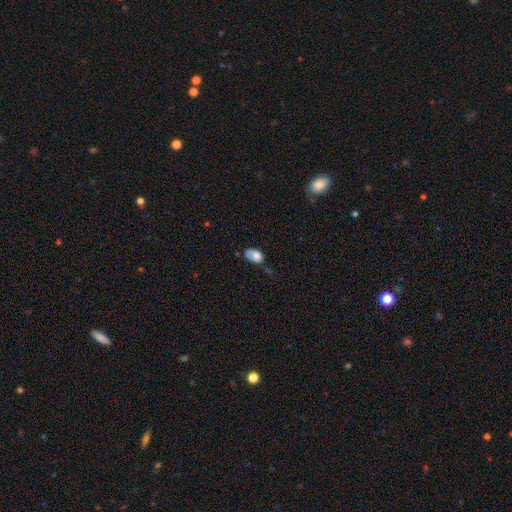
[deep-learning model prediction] This appears to be a smooth galaxy with no disk features (75%) that is in between round and cigar-shaped (90%). Merging: none (37%, tied with minor disturbance).